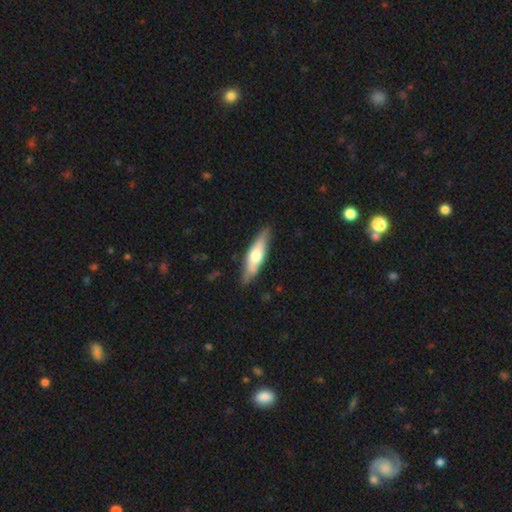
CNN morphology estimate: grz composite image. It shows a smooth galaxy with no disk features (53%) that is cigar-shaped (67%). Merging: none (84%).